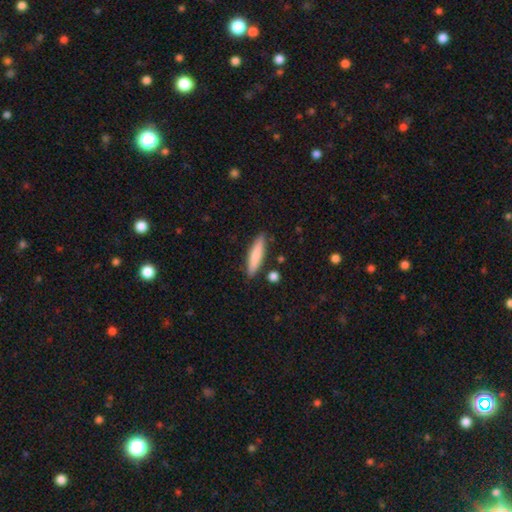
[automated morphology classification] A smooth galaxy with no disk features (79%) that is cigar-shaped (79%).

Vote fractions:
- Smooth or featured? smooth: 79% / featured or disk: 15% / star or artifact: 6%
- How rounded? cigar-shaped: 79% / in between: 19% / round: 2%
- Merging? none: 85% / minor disturbance: 10% / merger: 3% / major disturbance: 2%